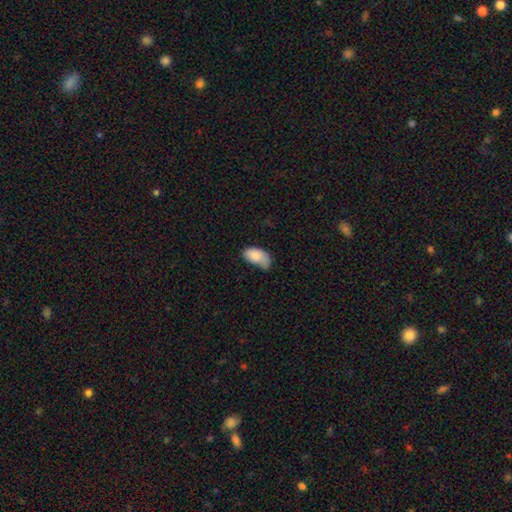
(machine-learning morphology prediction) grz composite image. It shows a smooth galaxy with no disk features (85%) that is in between round and cigar-shaped (94%). Merging: minor disturbance (43%).